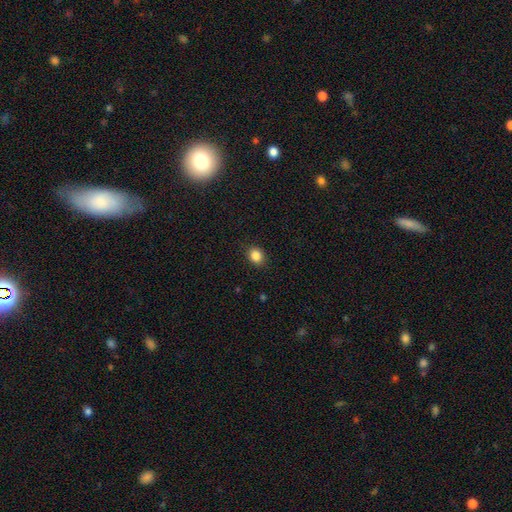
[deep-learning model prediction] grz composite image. It shows a smooth galaxy with no disk features (86%) that is round (59%). Merging: none (90%).